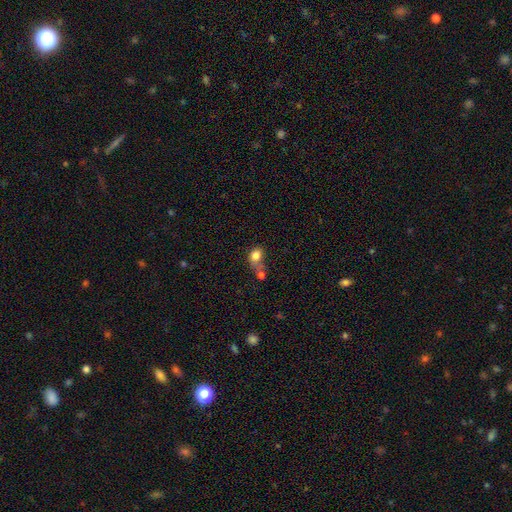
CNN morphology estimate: Smooth or featured? Predicted: smooth (p=0.80). How rounded? Predicted: round (p=0.54). Merging? Predicted: merger (p=0.43).